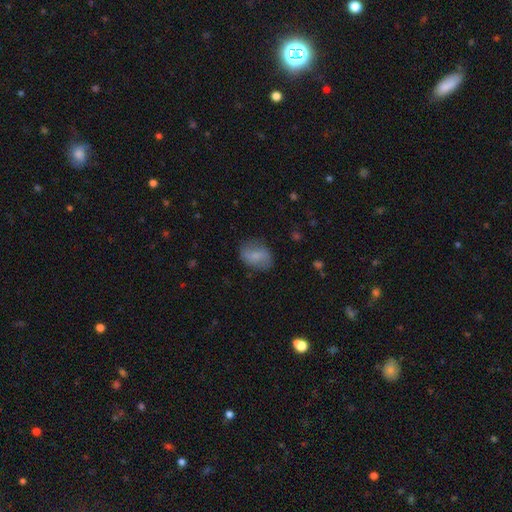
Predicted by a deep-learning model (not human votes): Morphology: type=smooth (71%); roundness=in between (66%); merging=none (75%).